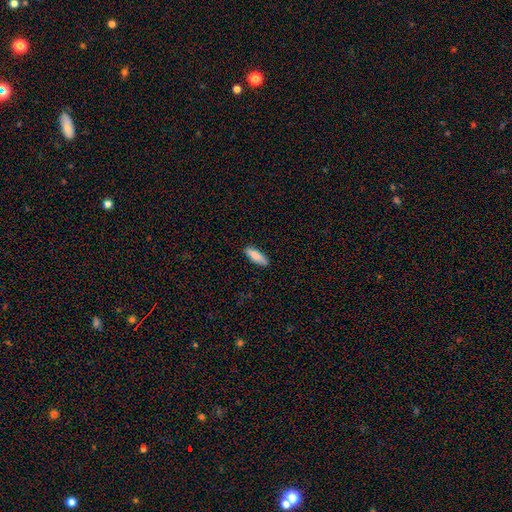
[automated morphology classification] Smooth or featured? Predicted: smooth (p=0.86). How rounded? Predicted: cigar-shaped (p=0.50). Merging? Predicted: none (p=0.87).